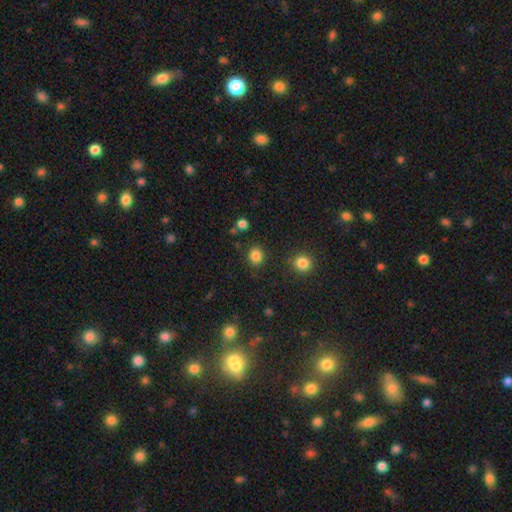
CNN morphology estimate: A smooth galaxy with no disk features (84%) that is round (85%).

Vote fractions:
- Smooth or featured? smooth: 84% / star or artifact: 12% / featured or disk: 4%
- How rounded? round: 85% / in between: 14% / cigar-shaped: 1%
- Merging? none: 87% / minor disturbance: 7% / merger: 3% / major disturbance: 3%